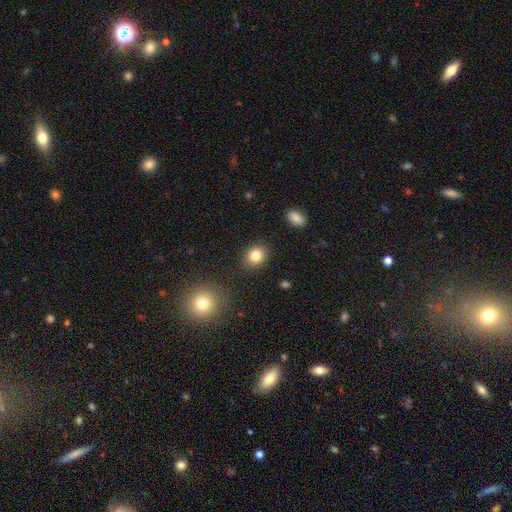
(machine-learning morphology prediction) smooth-or-featured: smooth: 83% | star or artifact: 10% | featured or disk: 6%
  how-rounded: round: 67% | in between: 32% | cigar-shaped: 1%
  merging: none: 88% | minor disturbance: 8% | major disturbance: 3% | merger: 2%